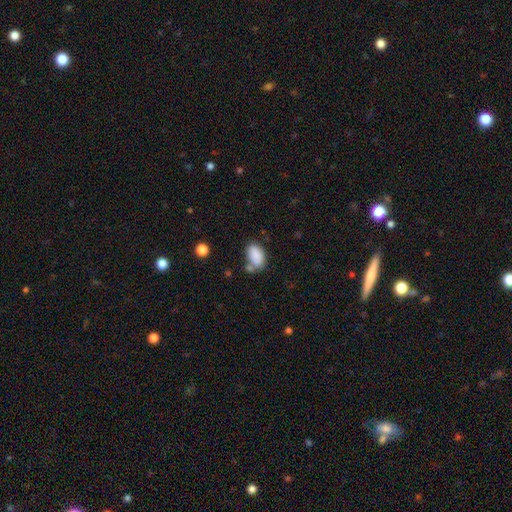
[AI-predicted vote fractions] smooth 86%, star or artifact 8%, featured or disk 6%. Down the decision tree: how rounded — in between (92%); merging — none (56%).